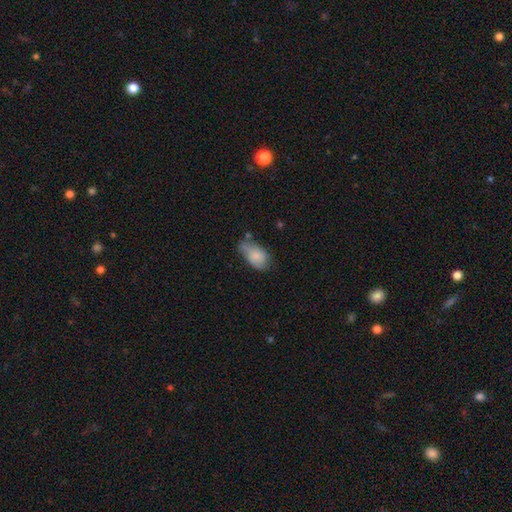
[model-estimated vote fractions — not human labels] A smooth galaxy with no disk features (78%) that is in between round and cigar-shaped (91%). Merging: minor disturbance (40%).